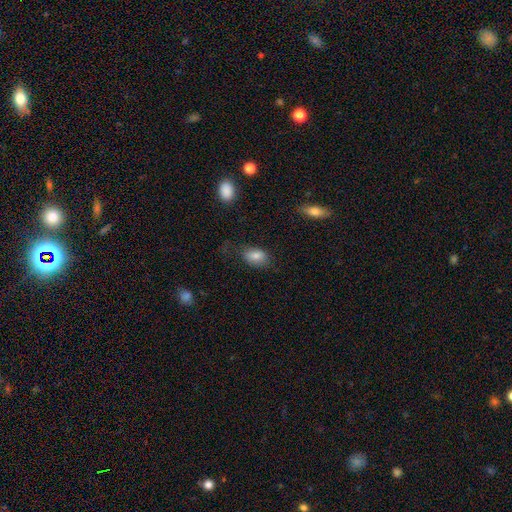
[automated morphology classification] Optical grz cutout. It shows a smooth galaxy with no disk features (81%) that is in between round and cigar-shaped (86%). Merging: none (71%).